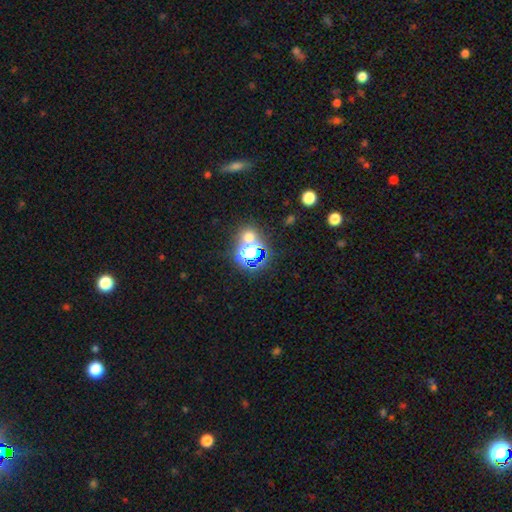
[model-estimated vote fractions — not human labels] Q: Smooth or featured?
A: star or artifact (55%); runner-up: smooth (34%)